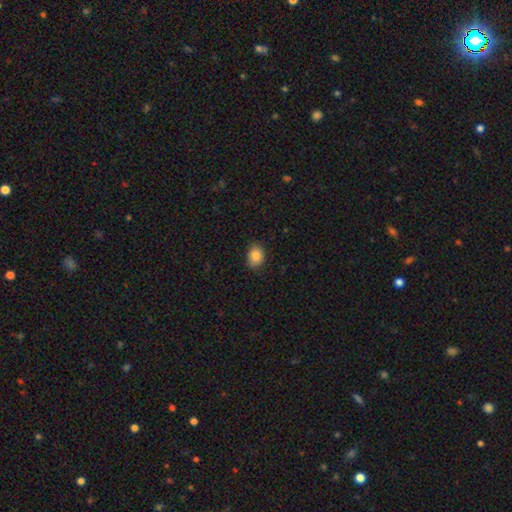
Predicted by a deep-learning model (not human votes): smooth-or-featured: smooth: 86% | star or artifact: 9% | featured or disk: 5%
  how-rounded: in between: 60% | round: 39% | cigar-shaped: 1%
  merging: none: 78% | minor disturbance: 18% | major disturbance: 3% | merger: 1%